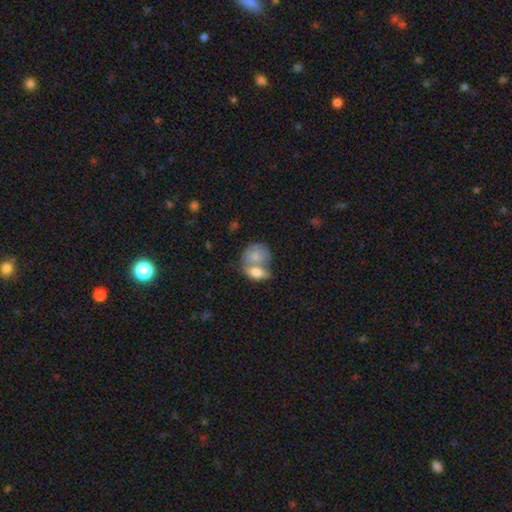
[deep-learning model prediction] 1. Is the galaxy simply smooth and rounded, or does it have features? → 75% smooth, 19% featured or disk, 6% star or artifact.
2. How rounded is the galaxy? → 53% round, 44% in between, 2% cigar-shaped.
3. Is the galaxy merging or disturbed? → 59% merger, 26% none, 10% minor disturbance, 5% major disturbance.